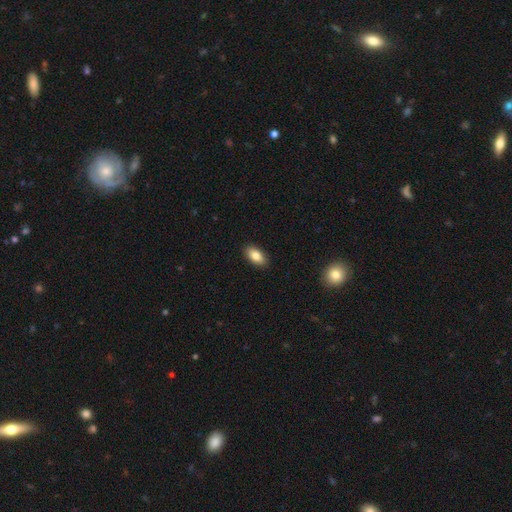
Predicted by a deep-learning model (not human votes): smooth_or_featured: smooth (p=0.85) [alt: featured or disk p=0.08]
how_rounded: in between (p=0.91) [alt: cigar-shaped p=0.05]
merging: none (p=0.89) [alt: minor disturbance p=0.08]